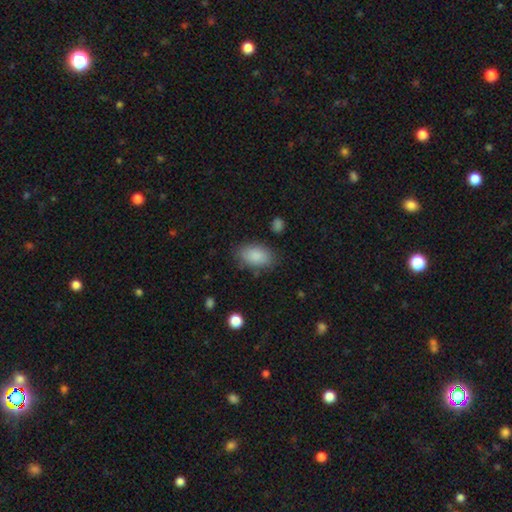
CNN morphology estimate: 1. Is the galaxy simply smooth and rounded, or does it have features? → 87% smooth, 7% star or artifact, 6% featured or disk.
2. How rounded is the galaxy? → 92% in between, 6% round, 2% cigar-shaped.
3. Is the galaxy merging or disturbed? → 79% none, 15% minor disturbance, 4% major disturbance, 2% merger.